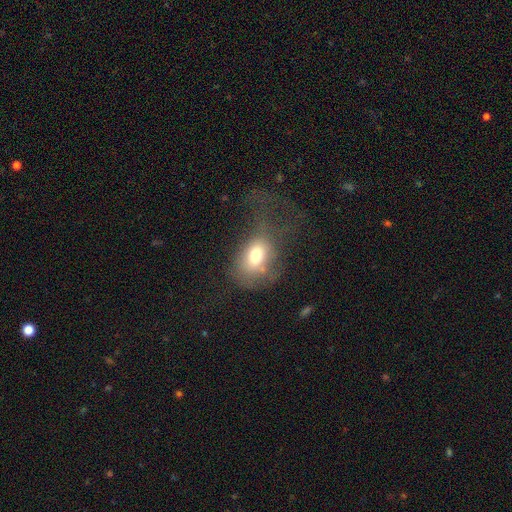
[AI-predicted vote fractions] A smooth galaxy with no disk features (70%) that is in between round and cigar-shaped (70%). Merging: major disturbance (42%).